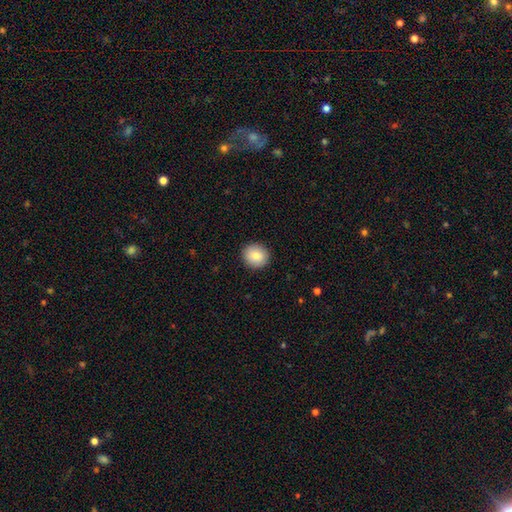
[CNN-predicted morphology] Smooth or featured? Predicted: smooth (p=0.84). How rounded? Predicted: round (p=0.89). Merging? Predicted: none (p=0.92).